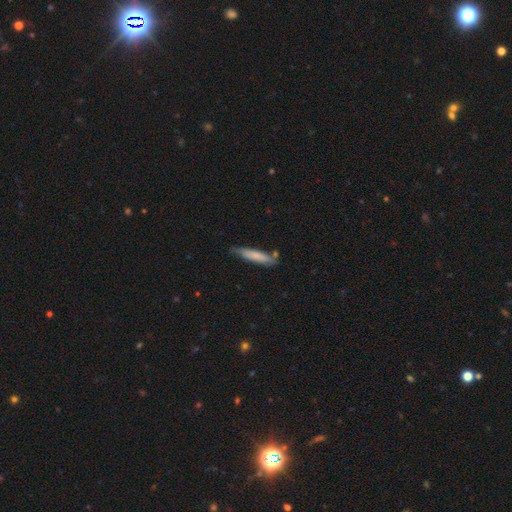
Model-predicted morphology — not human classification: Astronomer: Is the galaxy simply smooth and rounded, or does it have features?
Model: smooth — 72%.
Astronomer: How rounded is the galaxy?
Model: cigar-shaped — 88%.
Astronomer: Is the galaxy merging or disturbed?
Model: none — 68%.